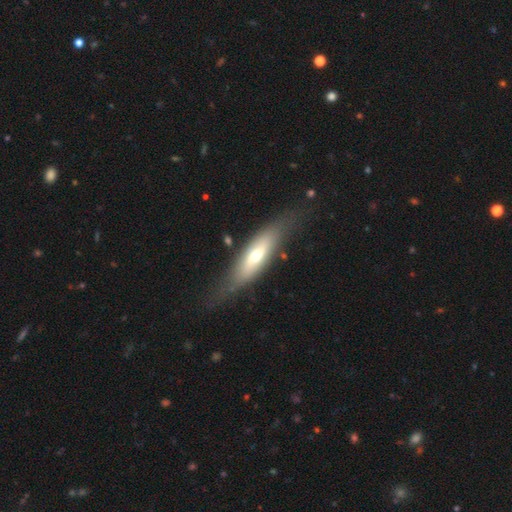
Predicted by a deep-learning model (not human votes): Smooth or featured? featured or disk (47%)
Merging? none (66%)